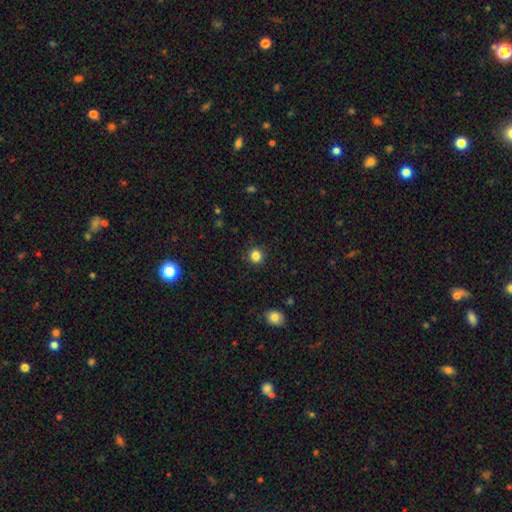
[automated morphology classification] The model was most divided on "smooth or featured": smooth: 85%, star or artifact: 12%, featured or disk: 4%. More confident: merging — none (90%); how rounded — round (89%).